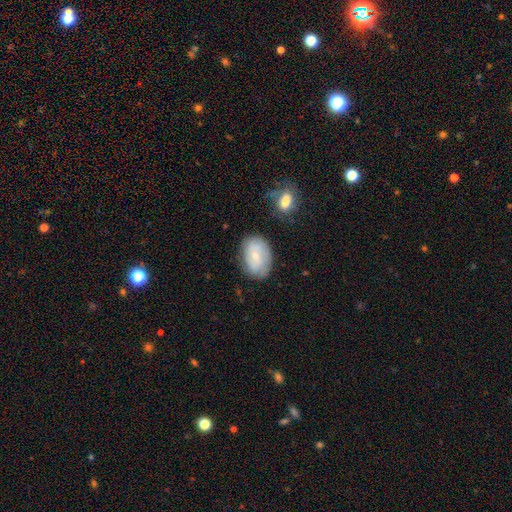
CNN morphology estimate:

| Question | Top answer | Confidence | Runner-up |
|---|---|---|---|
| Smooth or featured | smooth | 50% | featured or disk (43%) |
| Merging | none | 74% | minor disturbance (18%) |